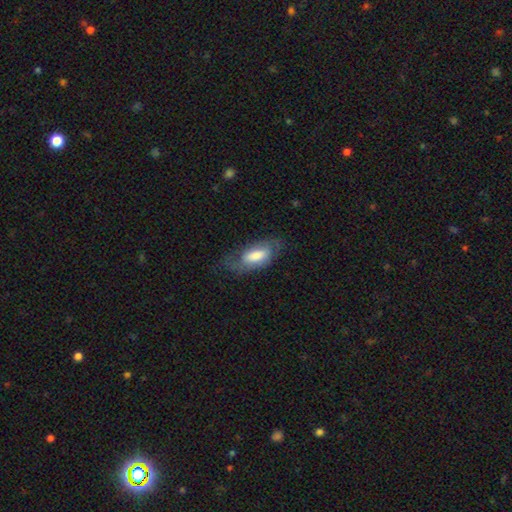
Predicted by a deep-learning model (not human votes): smooth_or_featured: smooth (p=0.56) [alt: featured or disk p=0.38]
how_rounded: in between (p=0.84) [alt: cigar-shaped p=0.14]
merging: none (p=0.61) [alt: minor disturbance p=0.24]